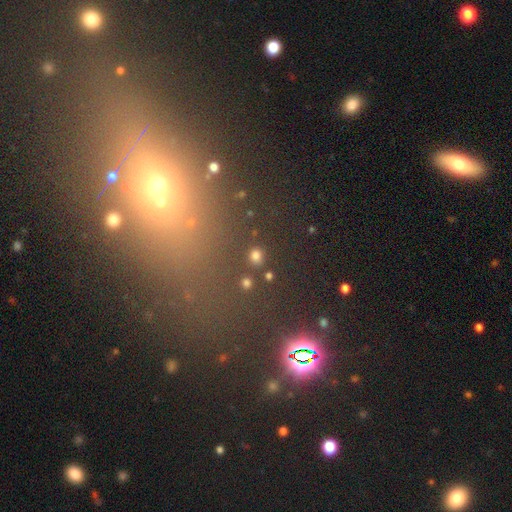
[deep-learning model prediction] Smooth or featured?
  - smooth: 77% *
  - star or artifact: 18%
  - featured or disk: 5%
How rounded?
  - round: 79% *
  - in between: 20%
  - cigar-shaped: 1%
Merging?
  - none: 86% *
  - minor disturbance: 7%
  - merger: 4%
  - major disturbance: 3%